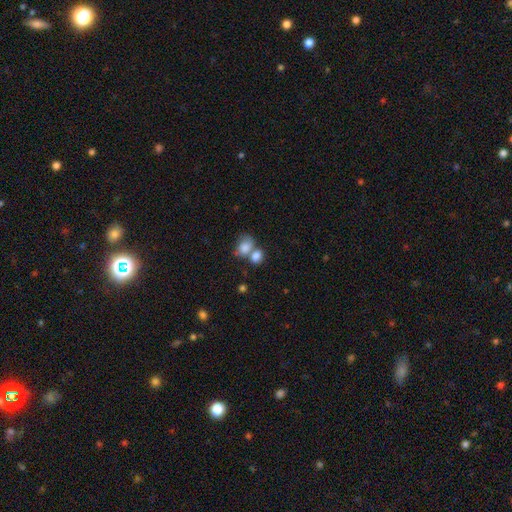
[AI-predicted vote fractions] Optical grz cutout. It shows a smooth galaxy with no disk features (81%) that is in between round and cigar-shaped (64%). Merging: merger (58%).